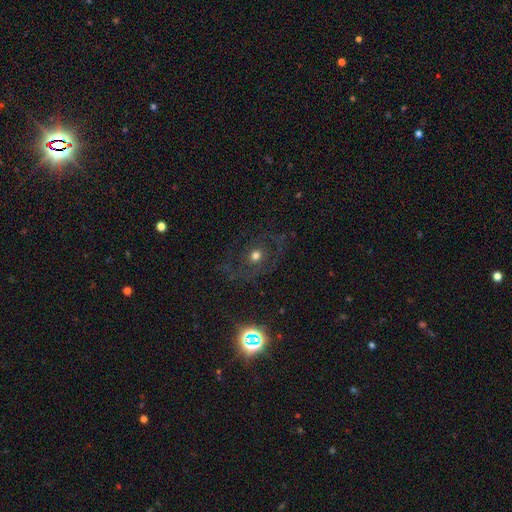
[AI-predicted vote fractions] Smooth or featured? Predicted: featured or disk (p=0.52). Edge-on disk? Predicted: no (p=0.94). Merging? Predicted: none (p=0.66).